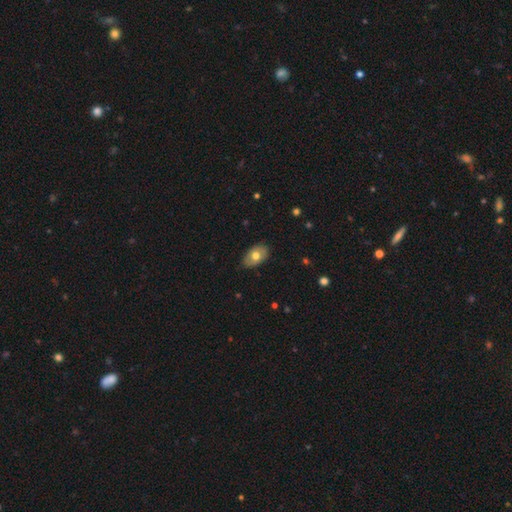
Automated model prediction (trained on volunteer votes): A smooth galaxy with no disk features (67%) that is in between round and cigar-shaped (90%).

Vote fractions:
- Smooth or featured? smooth: 67% / featured or disk: 26% / star or artifact: 7%
- How rounded? in between: 90% / round: 9% / cigar-shaped: 1%
- Merging? none: 79% / minor disturbance: 17% / major disturbance: 3% / merger: 1%